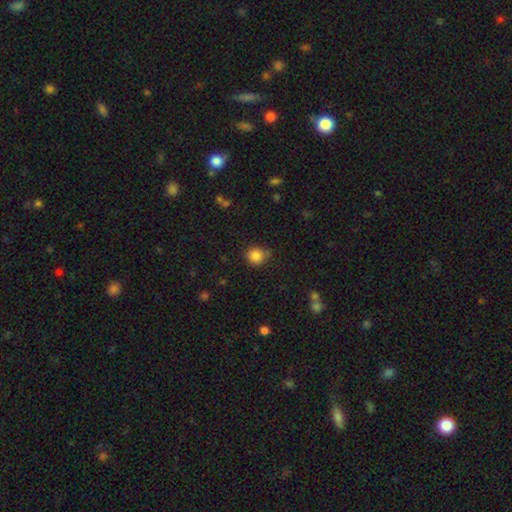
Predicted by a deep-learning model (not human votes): Q: Smooth or featured?
A: smooth (85%); runner-up: star or artifact (11%)
Q: How rounded?
A: round (85%); runner-up: in between (14%)
Q: Merging?
A: none (73%); runner-up: minor disturbance (21%)